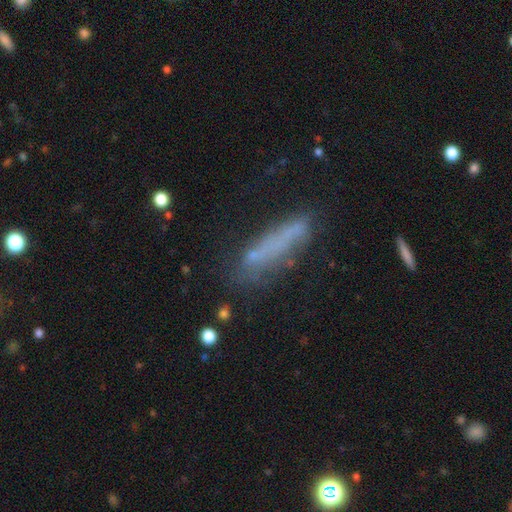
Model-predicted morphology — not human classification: Smooth or featured?
  - smooth: 51% *
  - featured or disk: 34%
  - star or artifact: 15%
How rounded?
  - cigar-shaped: 75% *
  - in between: 22%
  - round: 3%
Merging?
  - none: 55% *
  - minor disturbance: 22%
  - major disturbance: 15%
  - merger: 8%